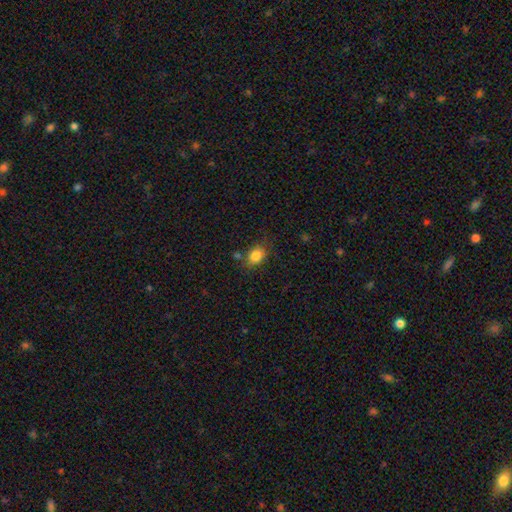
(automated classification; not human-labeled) Smooth or featured? Predicted: smooth (p=0.83). How rounded? Predicted: in between (p=0.68). Merging? Predicted: none (p=0.72).